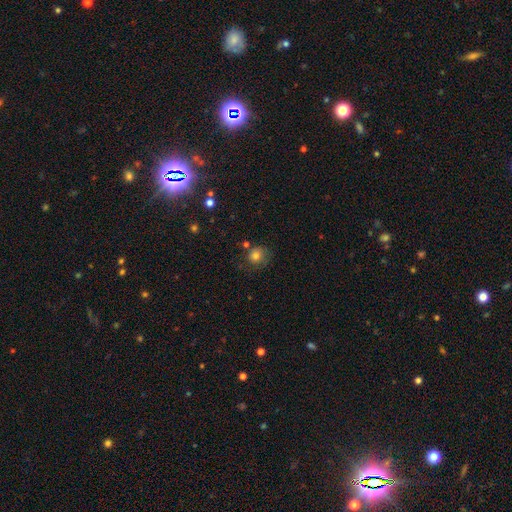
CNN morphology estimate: Smooth or featured? Predicted: smooth (p=0.78). How rounded? Predicted: round (p=0.83). Merging? Predicted: none (p=0.67).